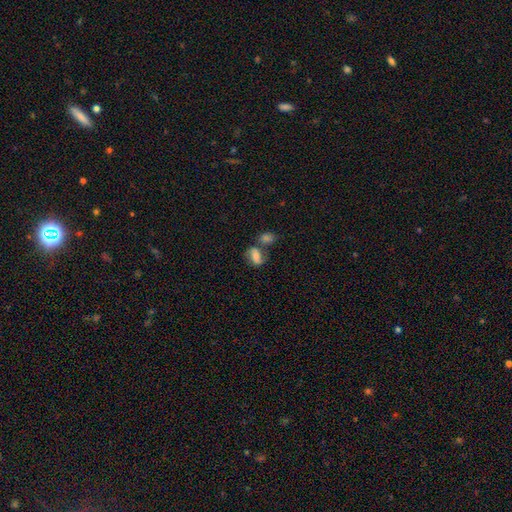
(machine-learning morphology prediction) This appears to be a smooth galaxy with no disk features (58%) that is in between round and cigar-shaped (80%). Merging: merger (40%).